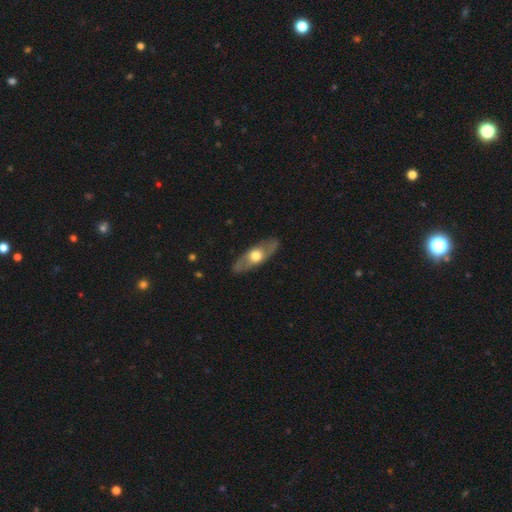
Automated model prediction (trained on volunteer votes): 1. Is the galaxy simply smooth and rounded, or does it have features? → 58% featured or disk, 37% smooth, 5% star or artifact.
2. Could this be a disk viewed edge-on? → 56% no, 44% yes.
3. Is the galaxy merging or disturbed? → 86% none, 10% minor disturbance, 3% major disturbance, 1% merger.